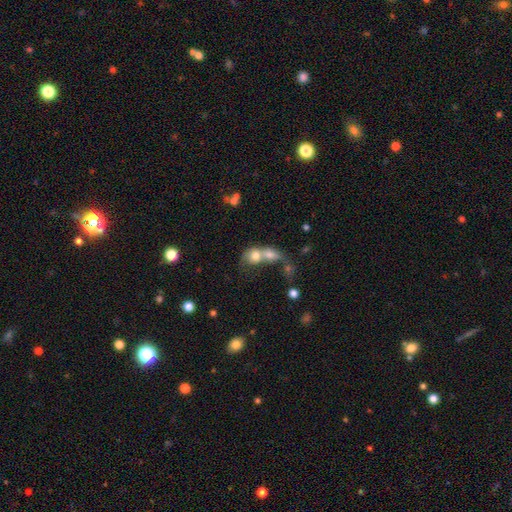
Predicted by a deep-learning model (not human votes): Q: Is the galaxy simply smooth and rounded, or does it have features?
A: smooth — 71%.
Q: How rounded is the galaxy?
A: round — 50%.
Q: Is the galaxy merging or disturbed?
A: merger — 77%.